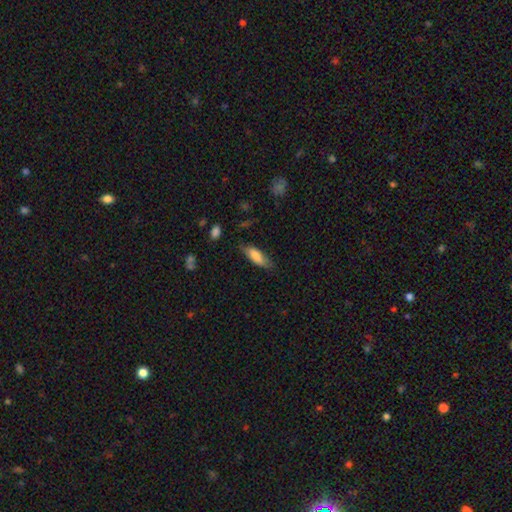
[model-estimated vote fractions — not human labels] smooth-or-featured: smooth: 77% | featured or disk: 16% | star or artifact: 6%
  how-rounded: in between: 59% | cigar-shaped: 39% | round: 2%
  merging: none: 73% | minor disturbance: 21% | major disturbance: 5% | merger: 2%